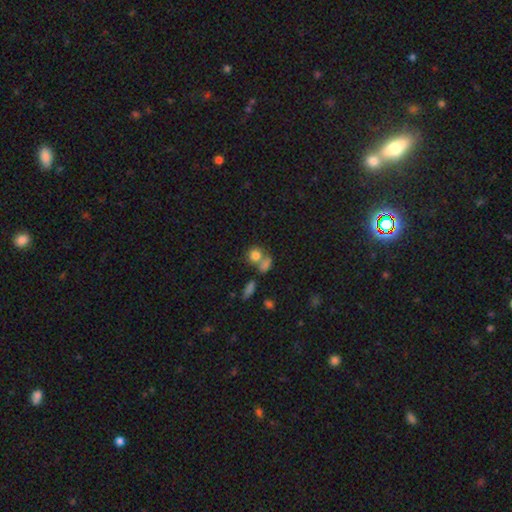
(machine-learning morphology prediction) A smooth galaxy with no disk features (80%) that is round (73%).

Vote fractions:
- Smooth or featured? smooth: 80% / star or artifact: 11% / featured or disk: 9%
- How rounded? round: 73% / in between: 25% / cigar-shaped: 2%
- Merging? none: 45% / merger: 41% / minor disturbance: 9% / major disturbance: 5%